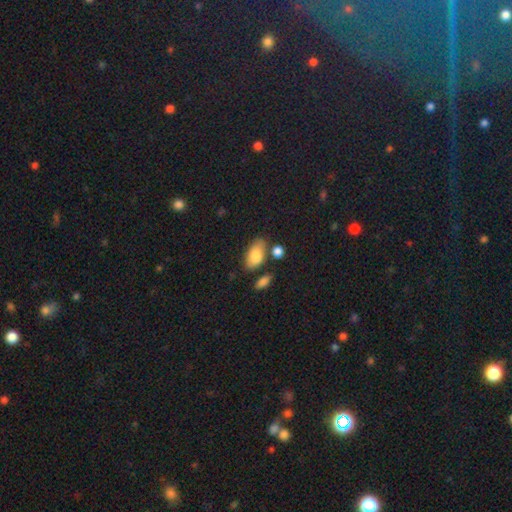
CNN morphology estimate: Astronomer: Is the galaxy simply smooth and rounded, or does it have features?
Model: smooth — 83%.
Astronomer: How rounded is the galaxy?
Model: in between — 92%.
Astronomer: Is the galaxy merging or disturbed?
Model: none — 62%.